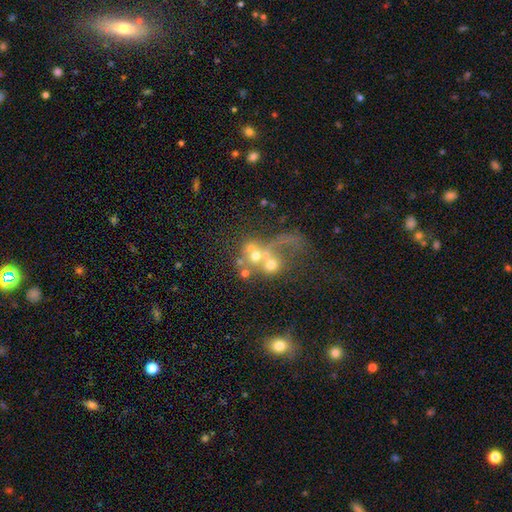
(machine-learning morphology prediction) Smooth or featured?
  - featured or disk: 46% *
  - smooth: 35%
  - star or artifact: 19%
Merging?
  - merger: 52% *
  - none: 21%
  - major disturbance: 20%
  - minor disturbance: 7%